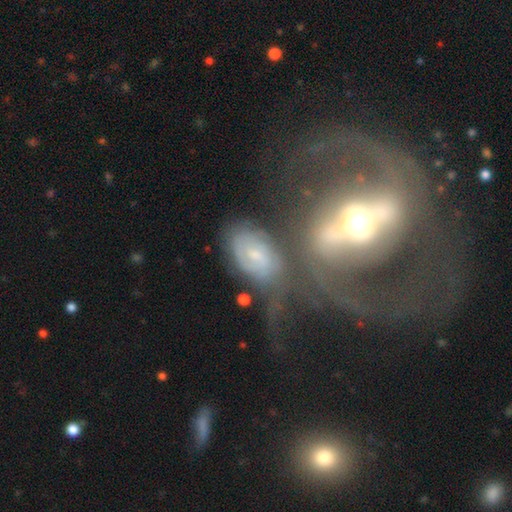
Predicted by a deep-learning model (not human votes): The model was most divided on "bar": no: 47%, weak: 42%, strong: 11%. Remaining: edge-on disk — no (93%); spiral arms — yes (80%); smooth or featured — featured or disk (64%); bulge size — small (55%); merging — none (44%).